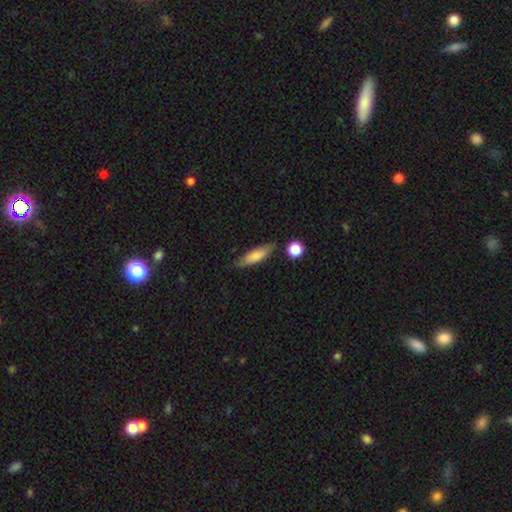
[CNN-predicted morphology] Overall: smooth (71%). How rounded: cigar-shaped (59%; in between 38%). Merging: none (73%).